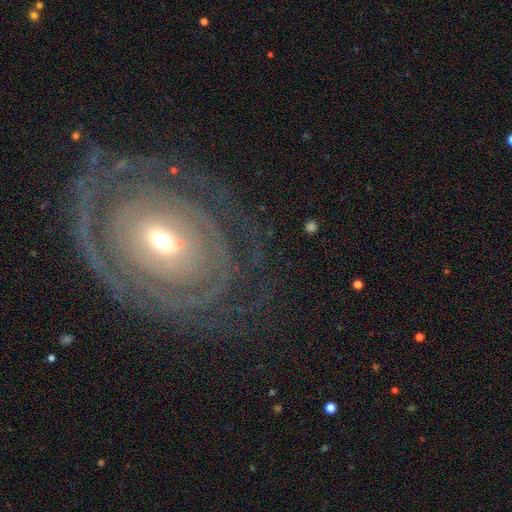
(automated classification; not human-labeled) A featured or disk galaxy (81%) with no bar (59%), tight (80%) spiral arms (80%) and a small central bulge (48%).

Vote fractions:
- Smooth or featured? featured or disk: 81% / smooth: 11% / star or artifact: 7%
- Edge-on disk? no: 95% / yes: 5%
- Bar? no: 59% / weak: 26% / strong: 15%
- Spiral arms? yes: 80% / no: 20%
- Spiral winding? tight: 80% / medium: 14% / loose: 6%
- Spiral arm count? can't tell: 45% / 2: 18% / 3: 11% / more than 4: 9% / 4: 9% / 1: 8%
- Bulge size? small: 48% / moderate: 45% / large: 5% / dominant: 1% / none: 1%
- Merging? none: 74% / minor disturbance: 14% / major disturbance: 11% / merger: 2%